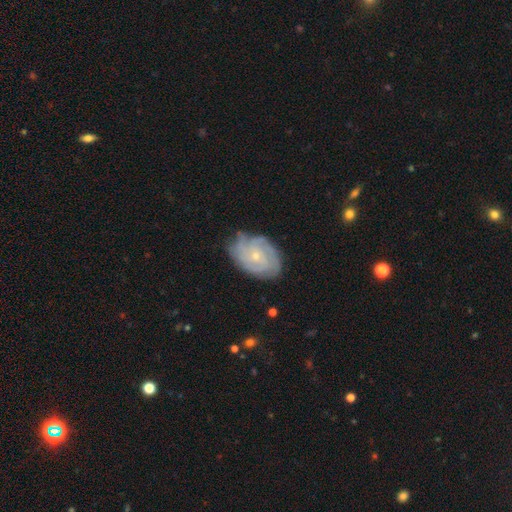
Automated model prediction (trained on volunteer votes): Smooth or featured: featured or disk — 81% (smooth — 13%)
Edge-on disk: no — 97% (yes — 3%)
Bar: no — 72% (weak — 24%)
Spiral arms: yes — 95% (no — 5%)
Spiral winding: tight — 71% (medium — 24%)
Spiral arm count: can't tell — 33% (4 — 21%)
Bulge size: small — 76% (moderate — 21%)
Merging: none — 75% (minor disturbance — 19%)